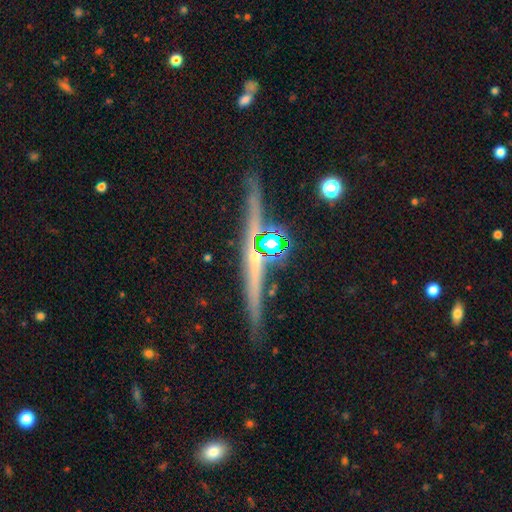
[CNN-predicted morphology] The model was most divided on "edge-on bulge": none: 53%, rounded: 36%, boxy: 10%. More confident: edge-on disk — yes (94%); merging — none (84%); smooth or featured — featured or disk (61%).